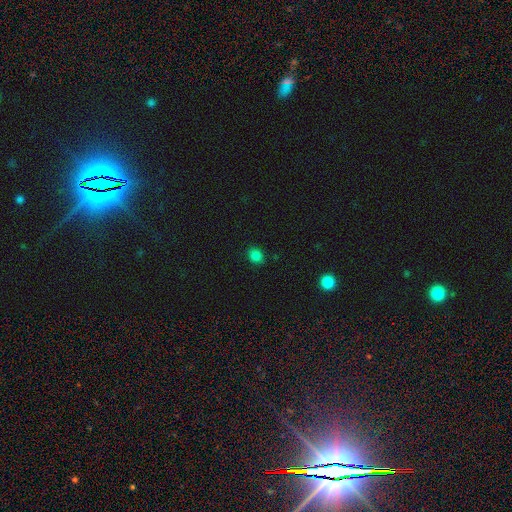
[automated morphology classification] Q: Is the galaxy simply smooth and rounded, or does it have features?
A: smooth — 82%.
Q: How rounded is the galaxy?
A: round — 61%.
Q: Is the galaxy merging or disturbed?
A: none — 89%.